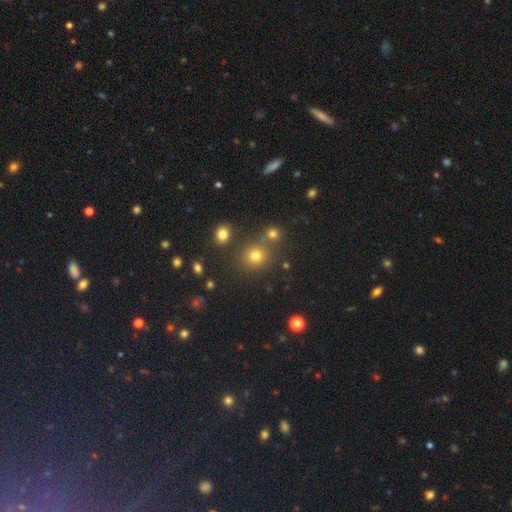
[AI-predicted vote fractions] A smooth galaxy with no disk features (70%) that is round (87%).

Vote fractions:
- Smooth or featured? smooth: 70% / star or artifact: 22% / featured or disk: 8%
- How rounded? round: 87% / in between: 12% / cigar-shaped: 1%
- Merging? none: 74% / merger: 14% / minor disturbance: 8% / major disturbance: 3%